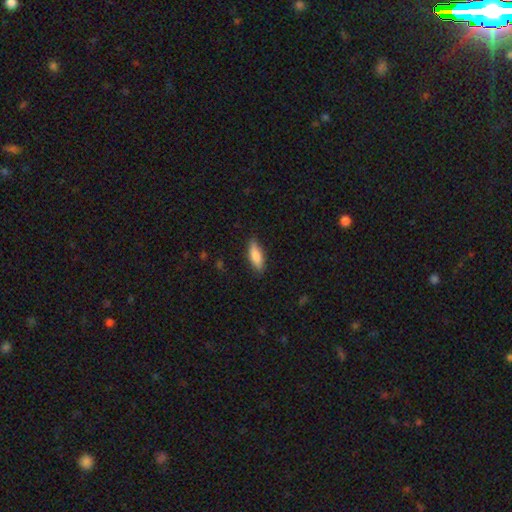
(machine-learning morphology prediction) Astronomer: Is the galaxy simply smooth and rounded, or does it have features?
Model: smooth — 82%.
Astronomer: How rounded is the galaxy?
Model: in between — 61% (runner-up: cigar-shaped, 37%).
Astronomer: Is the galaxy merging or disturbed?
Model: none — 84%.